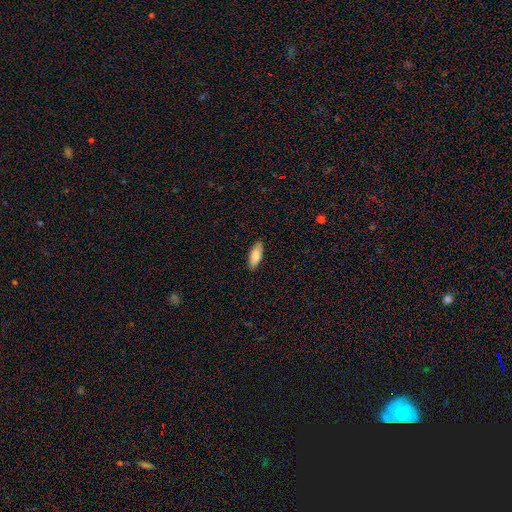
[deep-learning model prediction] smooth_or_featured: smooth (p=0.83) [alt: featured or disk p=0.11]
how_rounded: in between (p=0.78) [alt: cigar-shaped p=0.21]
merging: none (p=0.88) [alt: minor disturbance p=0.09]